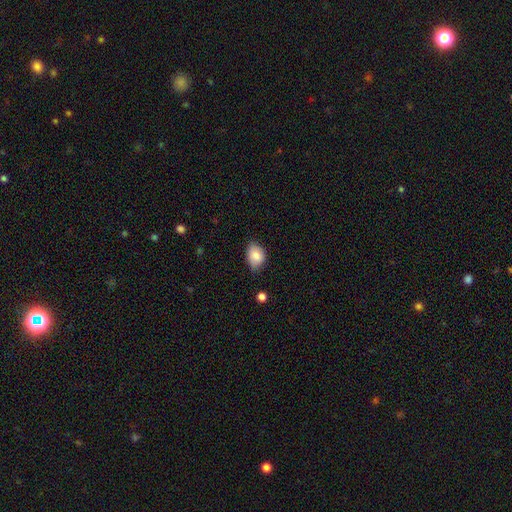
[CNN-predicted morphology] The model was most divided on "merging": none: 66%, minor disturbance: 29%, major disturbance: 4%, merger: 2%. More confident: smooth or featured — smooth (83%); how rounded — in between (73%).